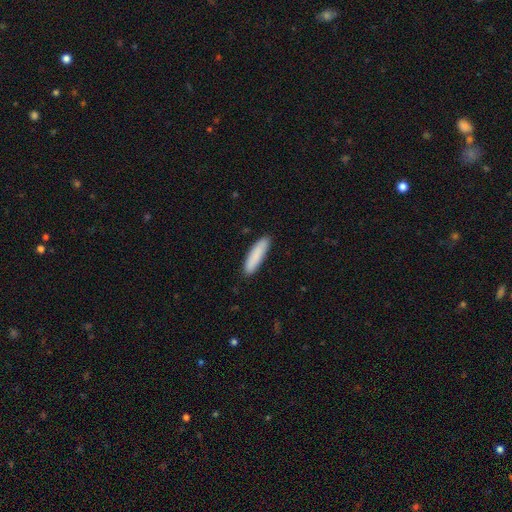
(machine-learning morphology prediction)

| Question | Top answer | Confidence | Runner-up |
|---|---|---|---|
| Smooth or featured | smooth | 88% | featured or disk (7%) |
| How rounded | cigar-shaped | 75% | in between (23%) |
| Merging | none | 89% | minor disturbance (9%) |